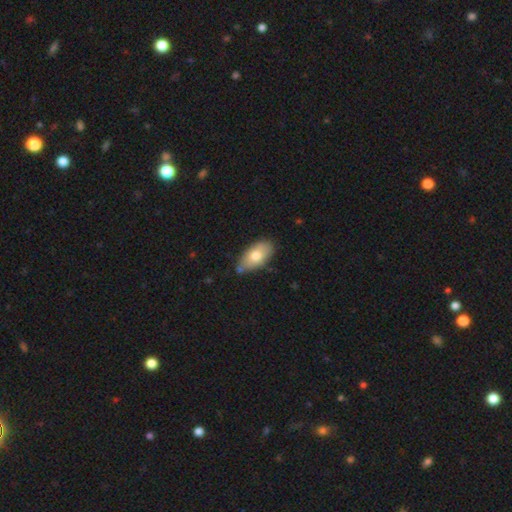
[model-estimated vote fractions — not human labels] Smooth or featured? smooth (74%)
How rounded? in between (92%)
Merging? none (73%)